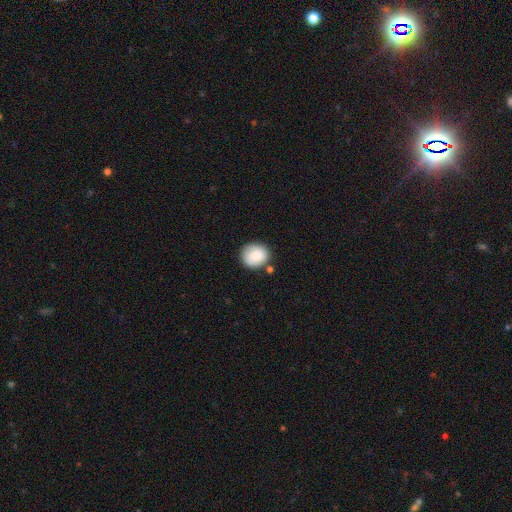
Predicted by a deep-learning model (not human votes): Smooth or featured: smooth — 86% (star or artifact — 7%)
How rounded: round — 81% (in between — 18%)
Merging: none — 76% (minor disturbance — 14%)